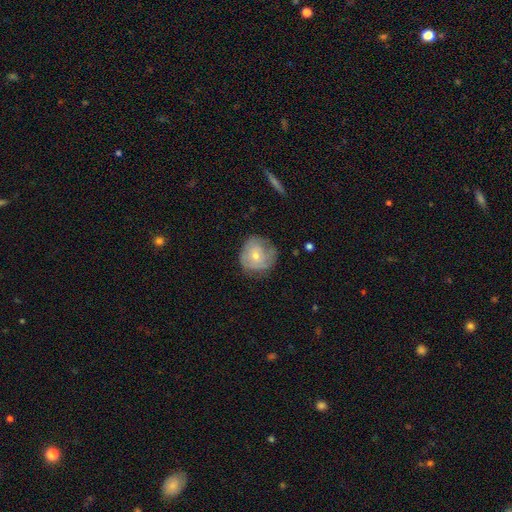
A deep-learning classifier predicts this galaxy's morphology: Smooth or featured?
  - smooth: 52% *
  - featured or disk: 41%
  - star or artifact: 7%
How rounded?
  - round: 85% *
  - in between: 14%
  - cigar-shaped: 1%
Merging?
  - none: 61% *
  - minor disturbance: 26%
  - major disturbance: 11%
  - merger: 1%